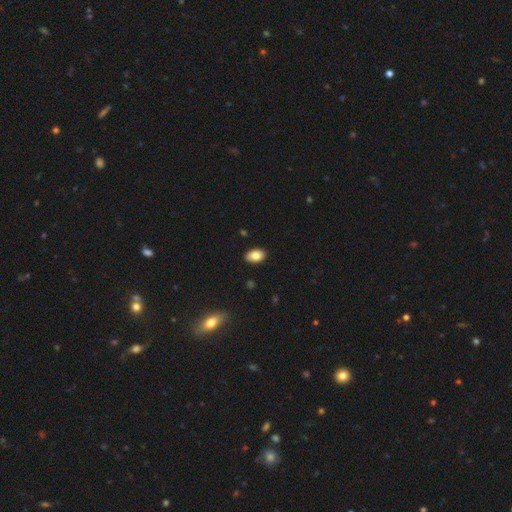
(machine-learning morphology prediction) Smooth or featured: smooth — 83% (featured or disk — 10%)
How rounded: in between — 90% (round — 9%)
Merging: none — 89% (minor disturbance — 9%)